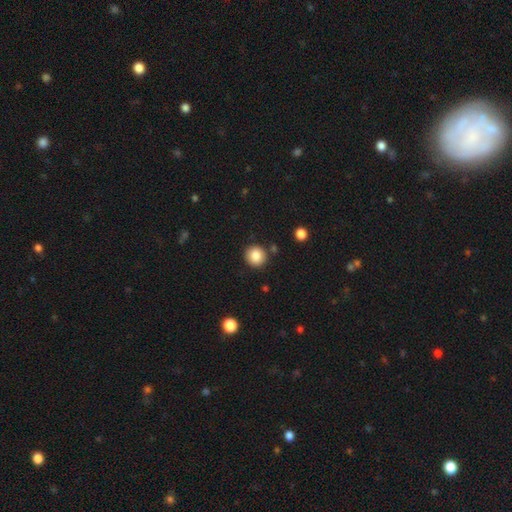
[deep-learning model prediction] smooth-or-featured: smooth: 85% | star or artifact: 9% | featured or disk: 5%
  how-rounded: round: 92% | in between: 7% | cigar-shaped: 1%
  merging: none: 88% | minor disturbance: 7% | merger: 3% | major disturbance: 2%